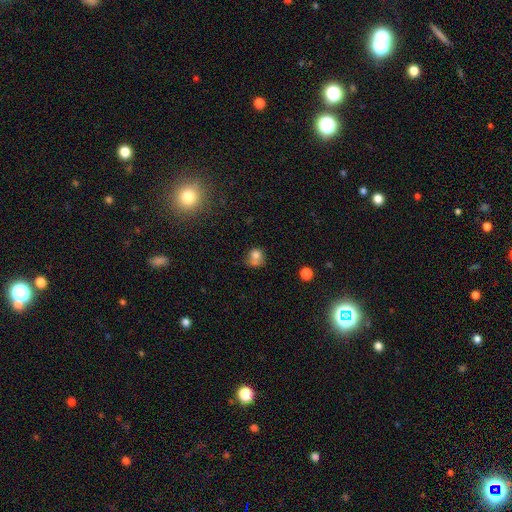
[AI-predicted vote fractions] This is likely a smooth galaxy (75%). How rounded: likely round (73%). Merging: marginally none (41%).